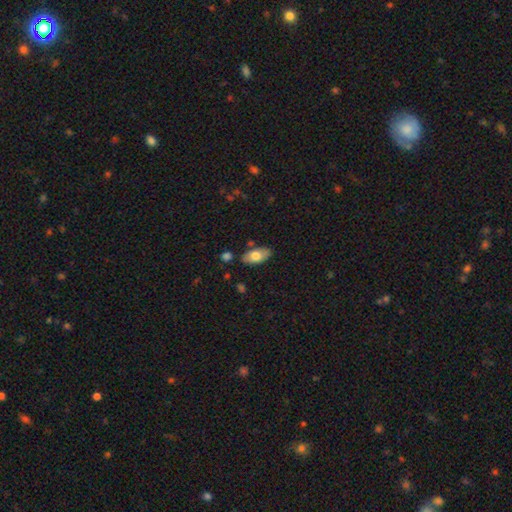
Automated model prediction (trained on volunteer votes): A smooth galaxy with no disk features (73%) that is in between round and cigar-shaped (93%).

Vote fractions:
- Smooth or featured? smooth: 73% / featured or disk: 21% / star or artifact: 6%
- How rounded? in between: 93% / cigar-shaped: 4% / round: 3%
- Merging? none: 82% / minor disturbance: 13% / merger: 3% / major disturbance: 2%